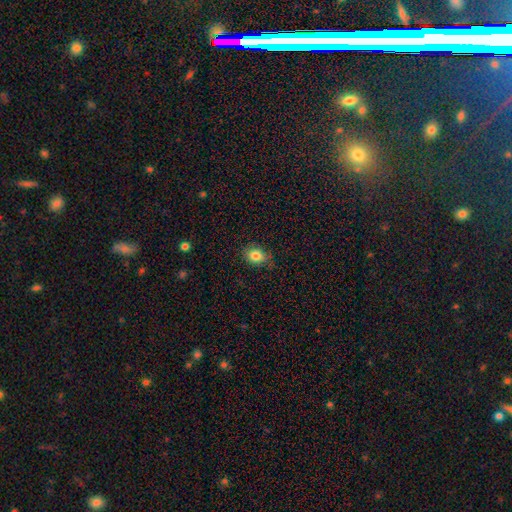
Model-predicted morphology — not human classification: The model was most divided on "how rounded": in between: 59%, round: 40%, cigar-shaped: 1%. More confident: smooth or featured — smooth (83%); merging — none (75%).